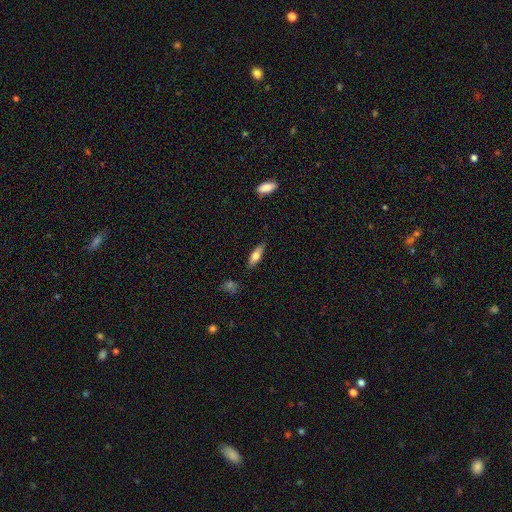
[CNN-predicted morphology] Q: Smooth or featured?
A: smooth (64%); runner-up: featured or disk (29%)
Q: How rounded?
A: in between (56%); runner-up: cigar-shaped (41%)
Q: Merging?
A: none (84%); runner-up: minor disturbance (12%)